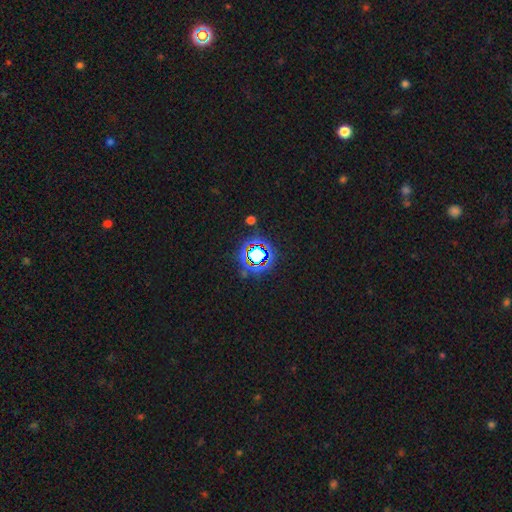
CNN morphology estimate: Smooth or featured?
  - star or artifact: 69% *
  - smooth: 20%
  - featured or disk: 12%